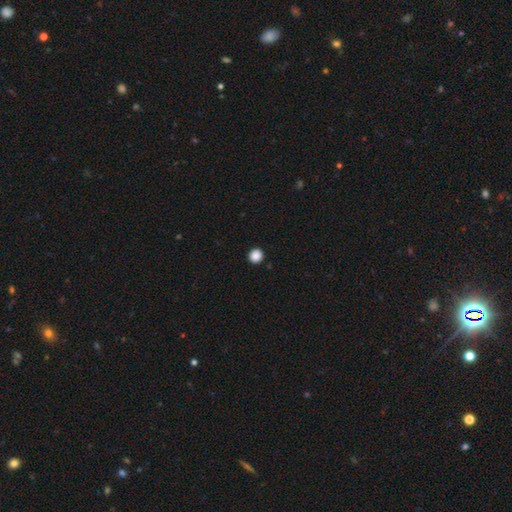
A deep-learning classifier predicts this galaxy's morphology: smooth 88%, star or artifact 10%, featured or disk 2%. Down the decision tree: how rounded — round (92%); merging — none (93%).